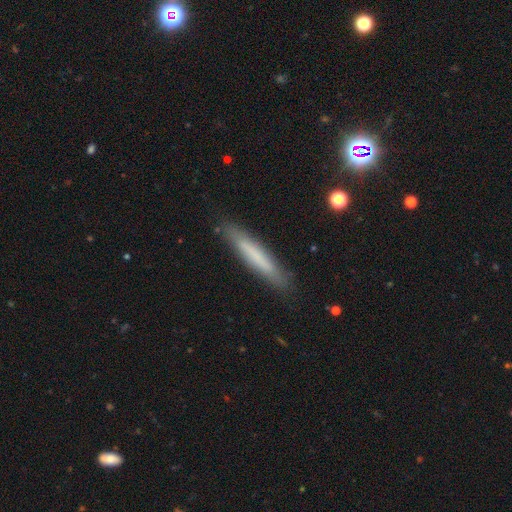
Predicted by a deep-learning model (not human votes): Overall: smooth (65%; featured or disk 28%). How rounded: cigar-shaped (93%). Merging: none (87%).